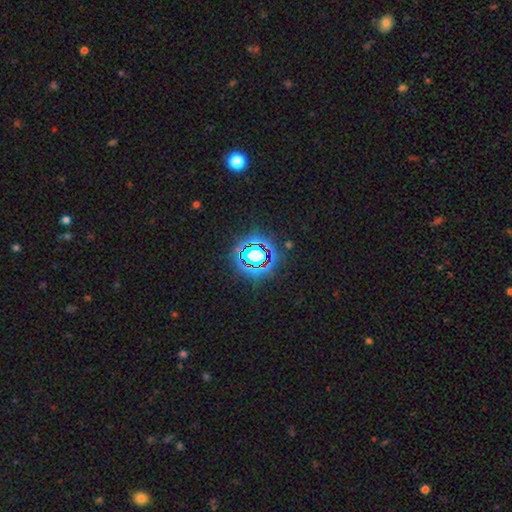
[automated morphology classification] type=star or artifact (70%).